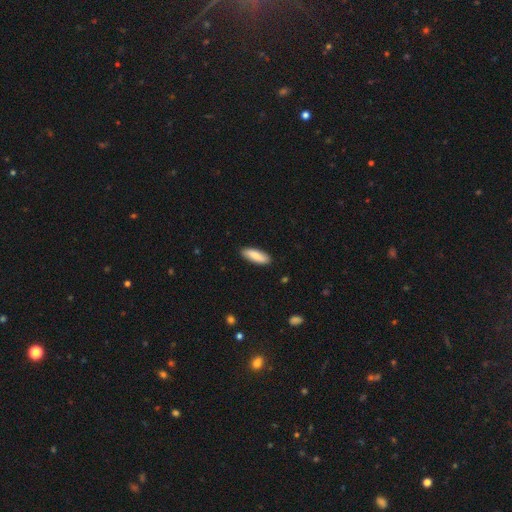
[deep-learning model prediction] This is clearly a smooth galaxy (85%). How rounded: possibly in between (56%). Merging: clearly none (89%).